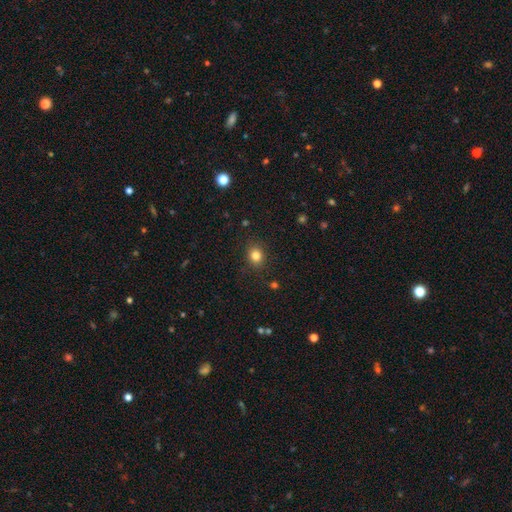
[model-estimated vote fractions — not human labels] Overall: smooth (82%). How rounded: round (67%; in between 32%). Merging: none (86%).